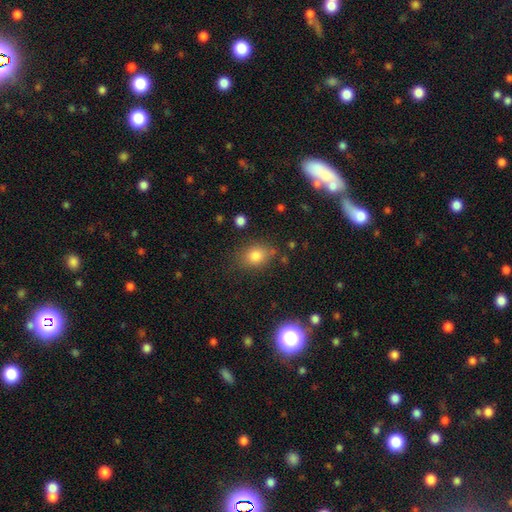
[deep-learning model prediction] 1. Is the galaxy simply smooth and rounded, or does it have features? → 80% smooth, 12% star or artifact, 7% featured or disk.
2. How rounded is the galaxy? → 55% in between, 43% round, 1% cigar-shaped.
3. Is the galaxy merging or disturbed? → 76% none, 15% minor disturbance, 5% major disturbance, 4% merger.